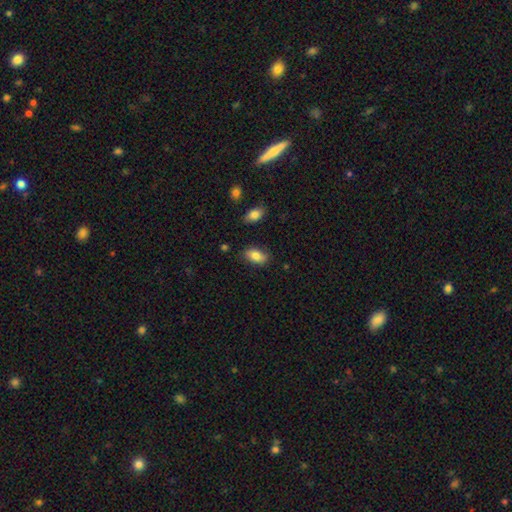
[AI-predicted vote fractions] Smooth or featured?
  - smooth: 82% *
  - featured or disk: 11%
  - star or artifact: 7%
How rounded?
  - in between: 91% *
  - round: 6%
  - cigar-shaped: 3%
Merging?
  - none: 78% *
  - minor disturbance: 16%
  - major disturbance: 3%
  - merger: 2%